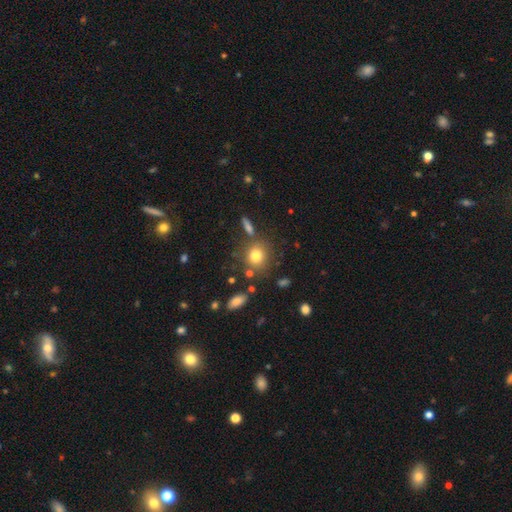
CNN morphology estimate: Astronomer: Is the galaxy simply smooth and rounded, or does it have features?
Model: smooth — 79%.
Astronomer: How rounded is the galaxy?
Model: round — 78%.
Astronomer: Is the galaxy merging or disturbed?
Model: none — 76%.